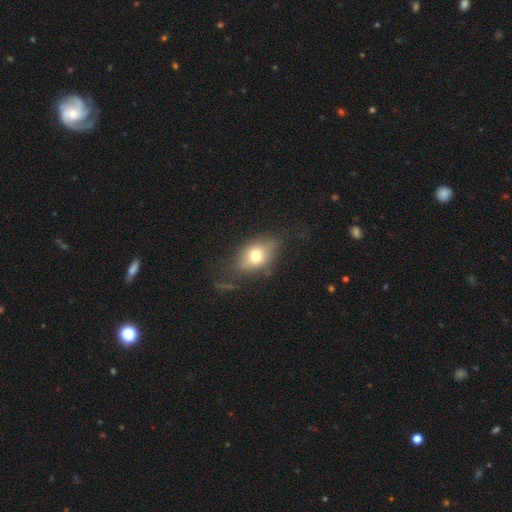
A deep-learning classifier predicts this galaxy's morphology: smooth-or-featured: smooth: 68% | featured or disk: 22% | star or artifact: 10%
  how-rounded: in between: 75% | round: 22% | cigar-shaped: 3%
  merging: none: 67% | minor disturbance: 20% | major disturbance: 10% | merger: 3%